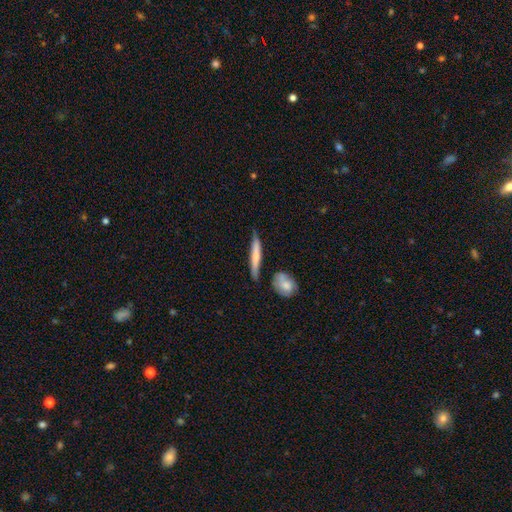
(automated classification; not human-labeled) Smooth or featured?
  - smooth: 64% *
  - featured or disk: 31%
  - star or artifact: 5%
How rounded?
  - cigar-shaped: 92% *
  - in between: 6%
  - round: 2%
Merging?
  - none: 76% *
  - minor disturbance: 16%
  - merger: 5%
  - major disturbance: 3%